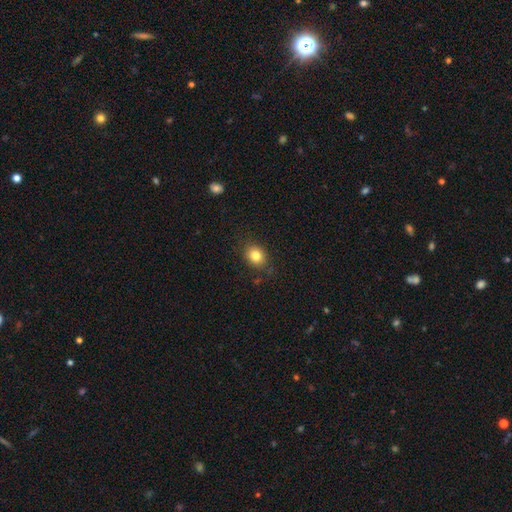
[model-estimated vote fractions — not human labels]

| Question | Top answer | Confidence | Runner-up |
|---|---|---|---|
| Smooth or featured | smooth | 82% | star or artifact (10%) |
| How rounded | round | 51% | in between (48%) |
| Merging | none | 83% | minor disturbance (12%) |